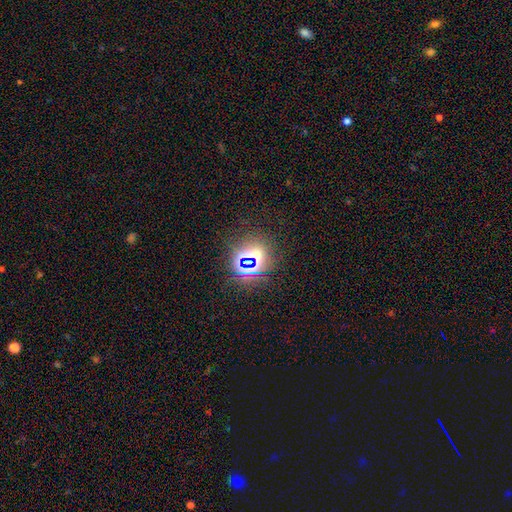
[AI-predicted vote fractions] Smooth or featured? star or artifact (68%)